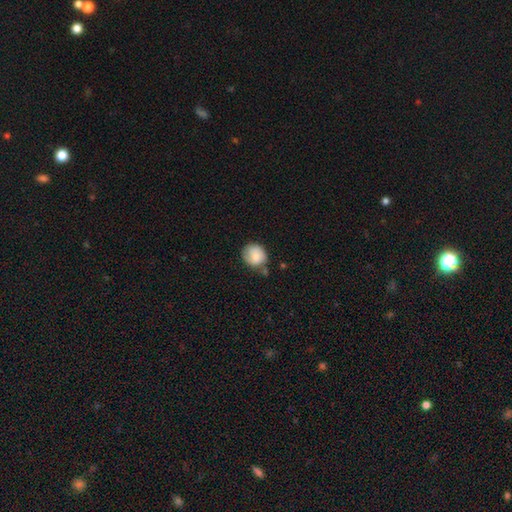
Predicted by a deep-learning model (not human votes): Overall: smooth (78%). How rounded: round (79%). Merging: none (59%; minor disturbance 26%).